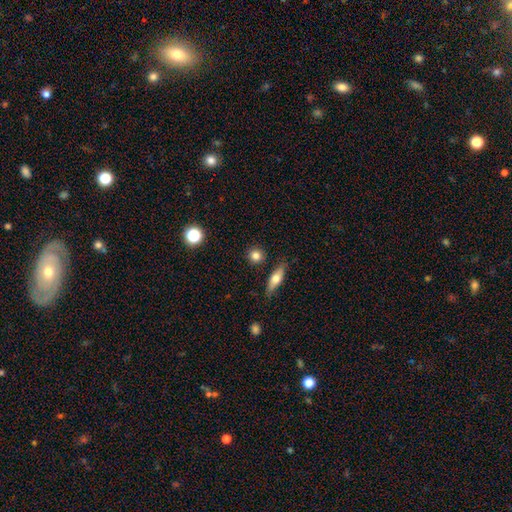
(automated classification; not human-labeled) Smooth or featured?
  - smooth: 81% *
  - star or artifact: 10%
  - featured or disk: 8%
How rounded?
  - round: 87% *
  - in between: 10%
  - cigar-shaped: 3%
Merging?
  - none: 87% *
  - minor disturbance: 7%
  - merger: 3%
  - major disturbance: 2%